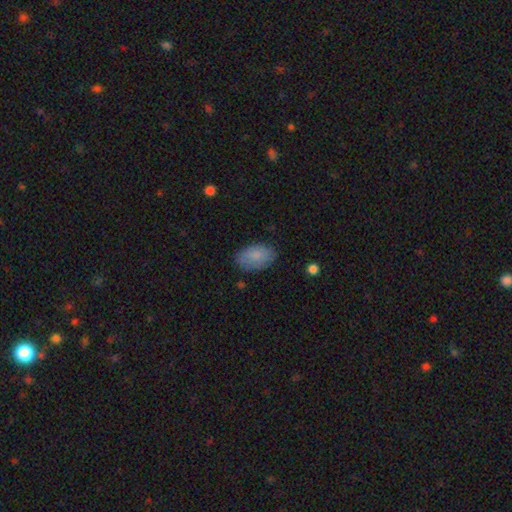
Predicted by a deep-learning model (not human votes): smooth_or_featured: smooth (p=0.84) [alt: featured or disk p=0.10]
how_rounded: in between (p=0.92) [alt: round p=0.06]
merging: none (p=0.79) [alt: minor disturbance p=0.16]